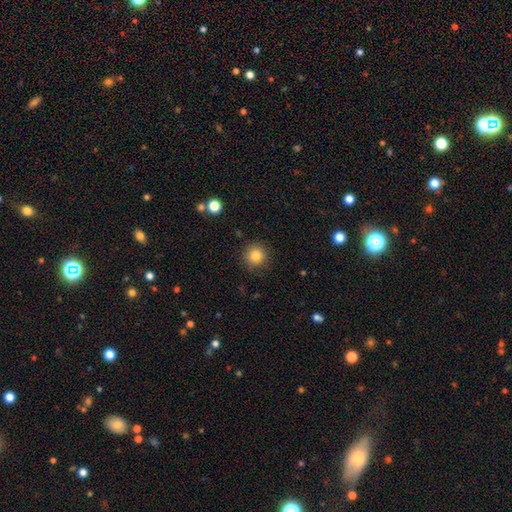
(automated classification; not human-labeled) Smooth or featured? Predicted: smooth (p=0.82). How rounded? Predicted: round (p=0.94). Merging? Predicted: none (p=0.89).